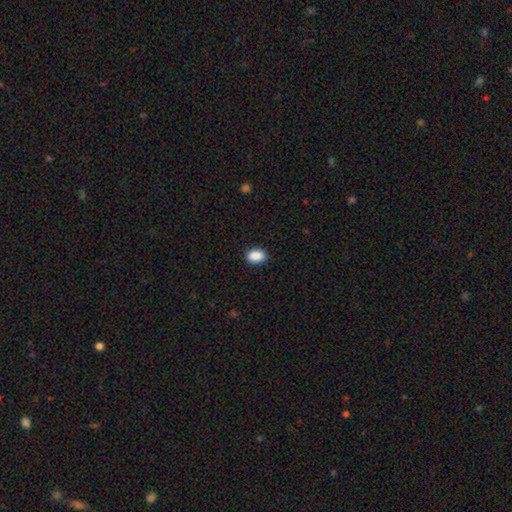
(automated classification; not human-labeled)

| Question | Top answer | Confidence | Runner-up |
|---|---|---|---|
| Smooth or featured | smooth | 90% | star or artifact (8%) |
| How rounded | in between | 81% | round (18%) |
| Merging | none | 89% | minor disturbance (8%) |